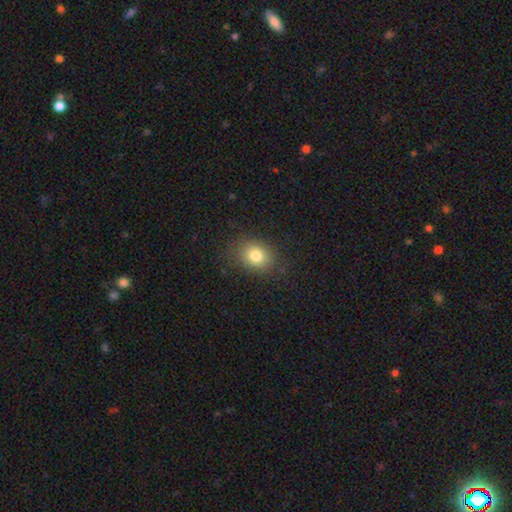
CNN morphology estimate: smooth 80%, star or artifact 11%, featured or disk 9%. Down the decision tree: how rounded — in between (52%); merging — none (84%).